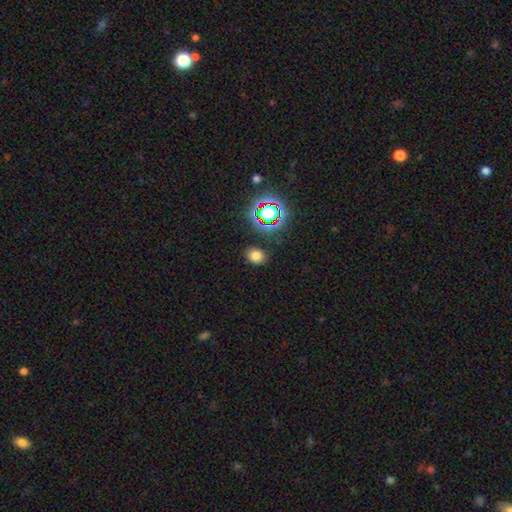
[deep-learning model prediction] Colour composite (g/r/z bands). It shows a smooth galaxy with no disk features (72%) that is in between round and cigar-shaped (52%). Merging: none (84%).